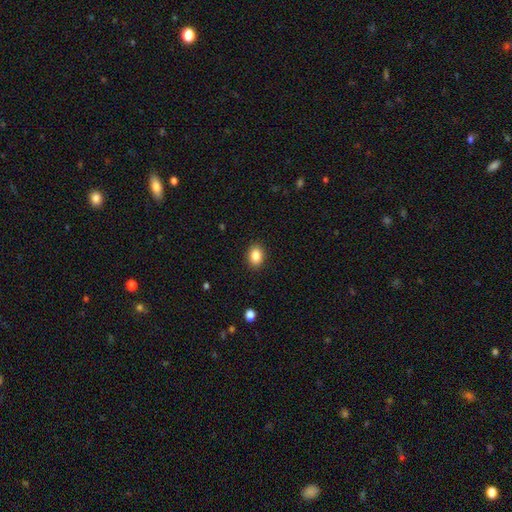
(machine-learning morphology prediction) Smooth or featured: smooth — 86% (star or artifact — 9%)
How rounded: in between — 70% (round — 29%)
Merging: none — 90% (minor disturbance — 7%)